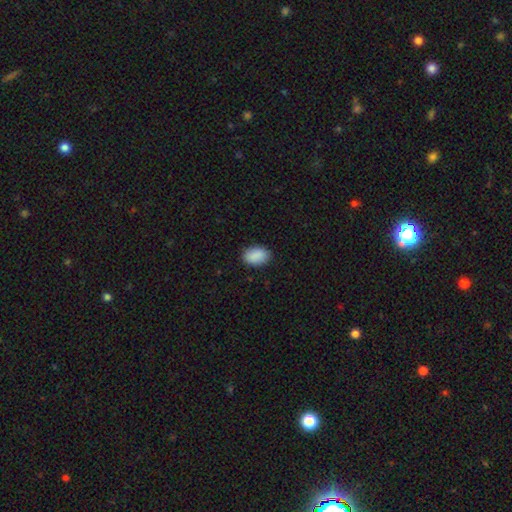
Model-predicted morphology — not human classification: Smooth or featured? Predicted: smooth (p=0.90). How rounded? Predicted: in between (p=0.87). Merging? Predicted: none (p=0.87).